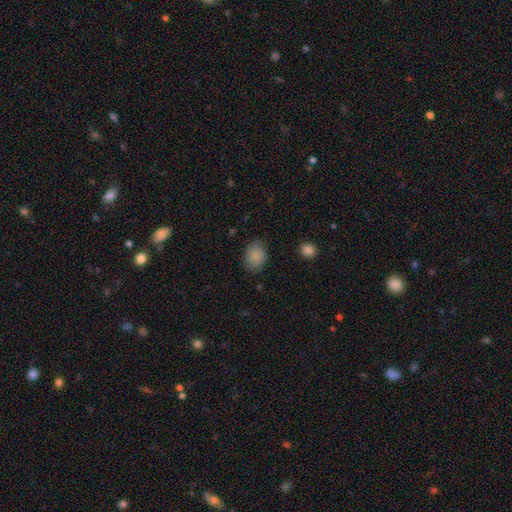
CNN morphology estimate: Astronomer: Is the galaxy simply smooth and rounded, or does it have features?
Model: smooth — 86%.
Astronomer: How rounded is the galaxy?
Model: in between — 61% (runner-up: round, 38%).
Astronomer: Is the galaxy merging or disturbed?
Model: none — 79%.